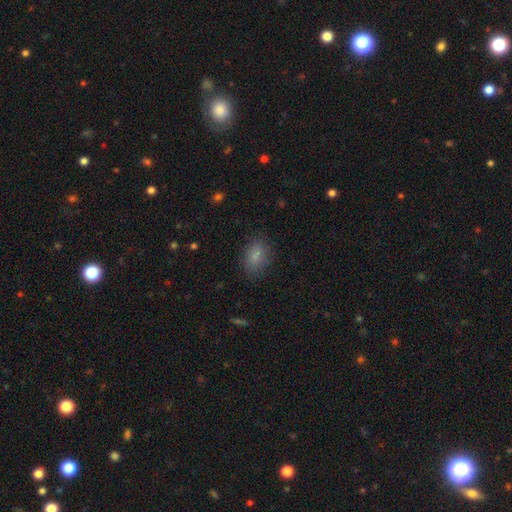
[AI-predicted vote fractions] Smooth or featured: smooth — 81% (star or artifact — 10%)
How rounded: in between — 84% (round — 13%)
Merging: none — 80% (minor disturbance — 14%)